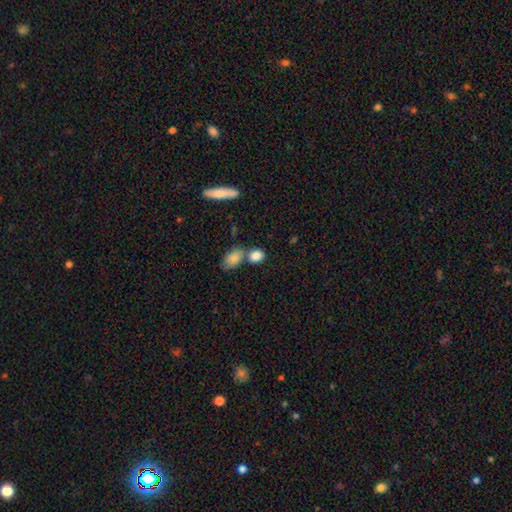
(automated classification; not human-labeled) A smooth galaxy with no disk features (85%) that is in between round and cigar-shaped (52%). Merging: none (49%).